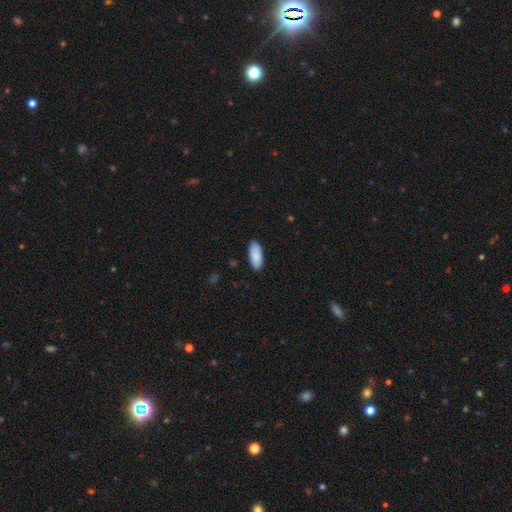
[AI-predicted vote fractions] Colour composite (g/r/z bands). It shows a smooth galaxy with no disk features (89%) that is in between round and cigar-shaped (86%). Merging: none (87%).